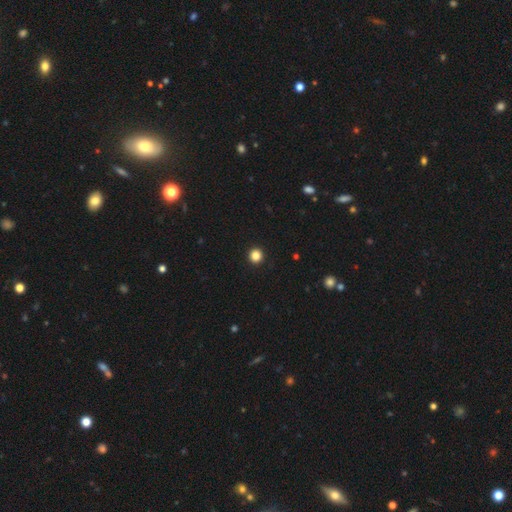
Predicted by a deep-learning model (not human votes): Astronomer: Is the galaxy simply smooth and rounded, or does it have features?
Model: smooth — 85%.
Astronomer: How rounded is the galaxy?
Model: round — 95%.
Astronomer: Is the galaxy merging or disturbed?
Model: none — 94%.